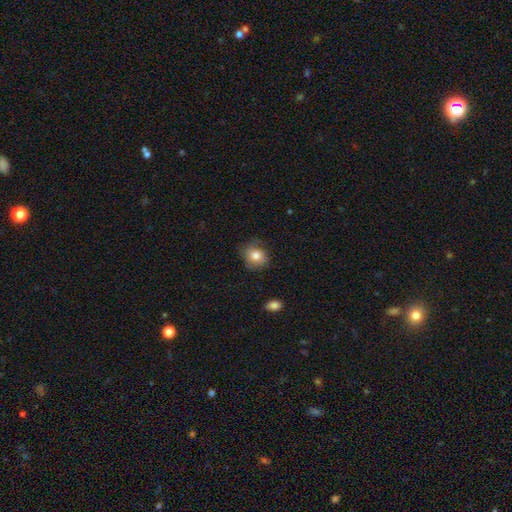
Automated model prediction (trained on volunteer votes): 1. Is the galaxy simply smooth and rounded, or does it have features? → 81% smooth, 10% featured or disk, 9% star or artifact.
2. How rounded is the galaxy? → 74% round, 26% in between, 1% cigar-shaped.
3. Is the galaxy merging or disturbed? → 69% none, 23% minor disturbance, 6% major disturbance, 1% merger.